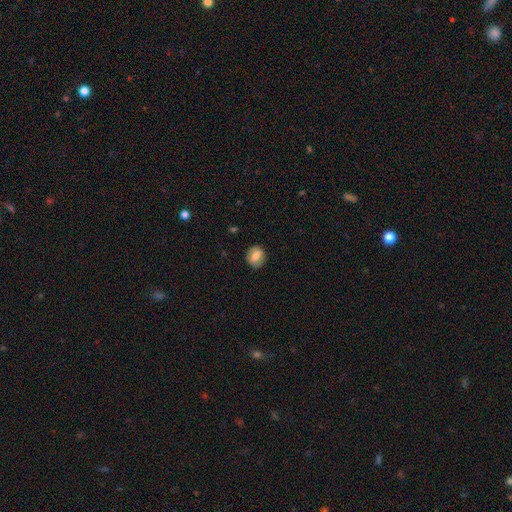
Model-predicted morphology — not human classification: Smooth or featured? Predicted: smooth (p=0.68). How rounded? Predicted: round (p=0.59). Merging? Predicted: none (p=0.84).